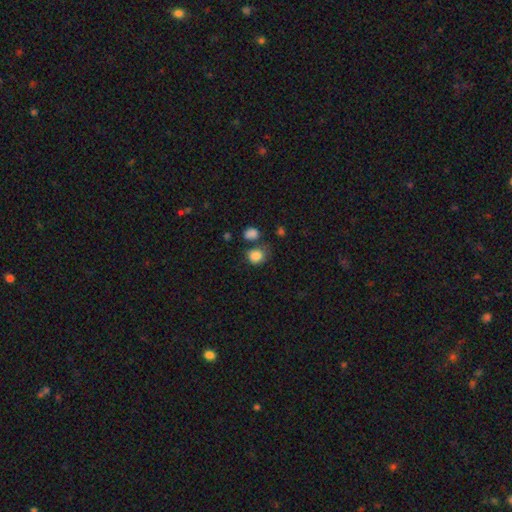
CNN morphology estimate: Overall: smooth (84%). How rounded: round (60%; in between 39%). Merging: none (52%; minor disturbance 22%).